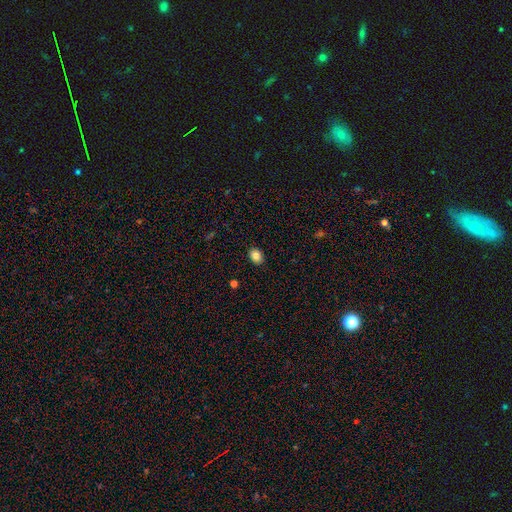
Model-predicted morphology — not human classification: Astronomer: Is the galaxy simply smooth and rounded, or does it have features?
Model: smooth — 85%.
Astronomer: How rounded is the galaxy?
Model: in between — 66%.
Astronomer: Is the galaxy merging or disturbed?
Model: none — 90%.